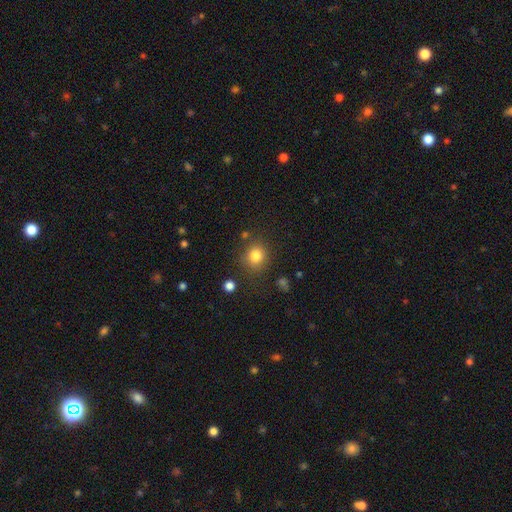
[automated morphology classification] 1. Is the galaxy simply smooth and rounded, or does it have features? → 82% smooth, 12% star or artifact, 6% featured or disk.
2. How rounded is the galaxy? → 84% round, 16% in between, 1% cigar-shaped.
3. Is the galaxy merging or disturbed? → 80% none, 11% minor disturbance, 4% major disturbance, 4% merger.